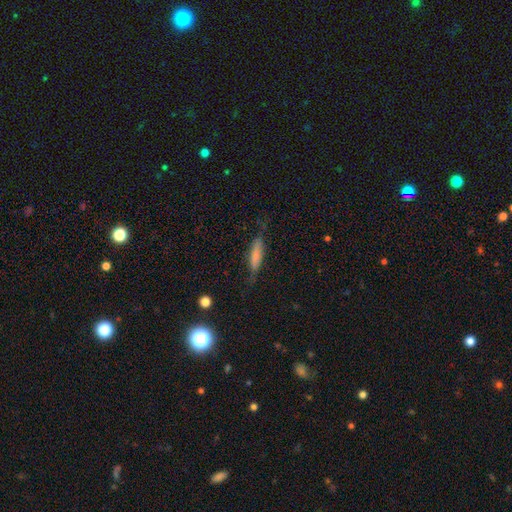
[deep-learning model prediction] smooth-or-featured: smooth: 69% | featured or disk: 24% | star or artifact: 7%
  how-rounded: cigar-shaped: 77% | in between: 21% | round: 2%
  merging: none: 69% | minor disturbance: 22% | major disturbance: 7% | merger: 2%